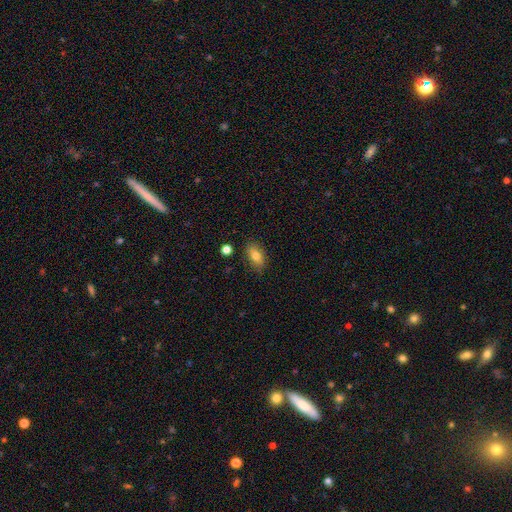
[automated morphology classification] A smooth galaxy with no disk features (77%) that is in between round and cigar-shaped (86%).

Vote fractions:
- Smooth or featured? smooth: 77% / featured or disk: 15% / star or artifact: 9%
- How rounded? in between: 86% / round: 10% / cigar-shaped: 4%
- Merging? none: 82% / minor disturbance: 13% / major disturbance: 3% / merger: 2%